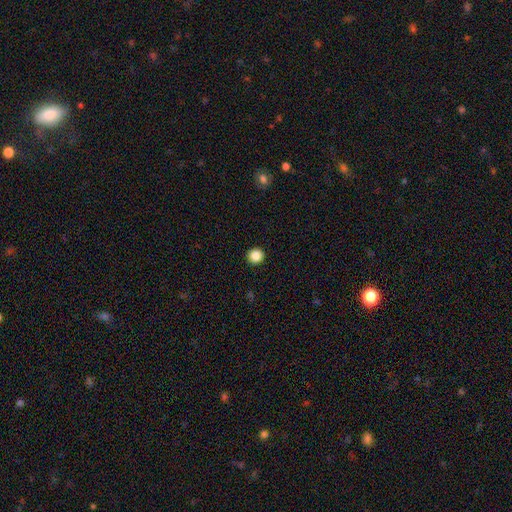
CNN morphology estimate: Smooth or featured? smooth (86%)
How rounded? round (94%)
Merging? none (94%)